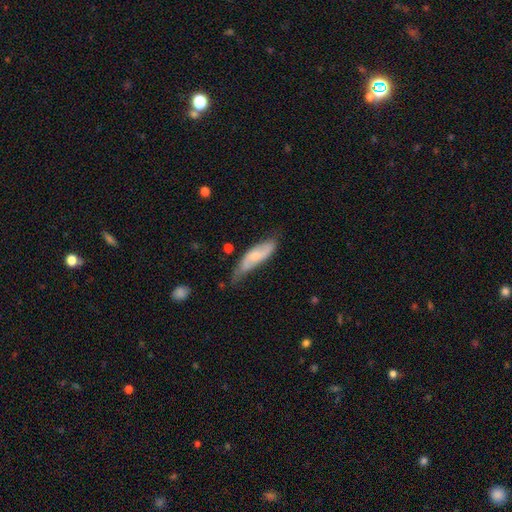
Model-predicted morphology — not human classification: Overall: featured or disk (48%; smooth 46%). Merging: none (49%; minor disturbance 38%).